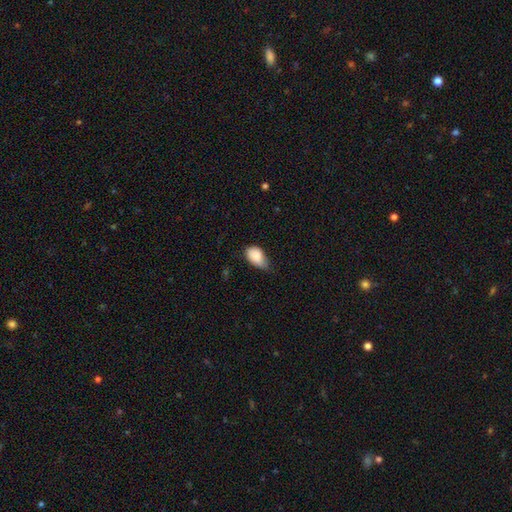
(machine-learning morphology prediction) type=smooth (87%); roundness=in between (90%); merging=minor disturbance (54%).